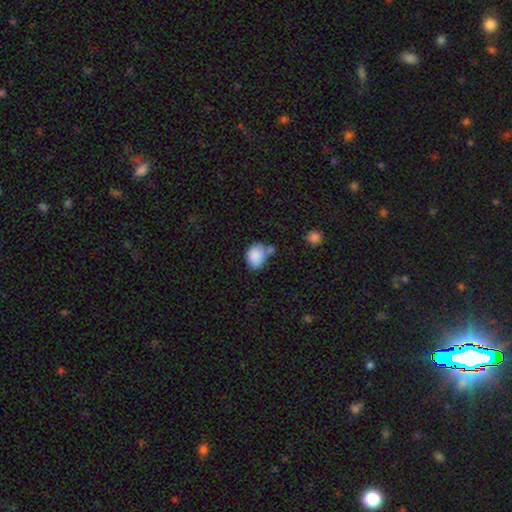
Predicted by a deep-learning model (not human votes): Smooth or featured: smooth — 87% (star or artifact — 8%)
How rounded: in between — 58% (round — 41%)
Merging: none — 52% (minor disturbance — 22%)